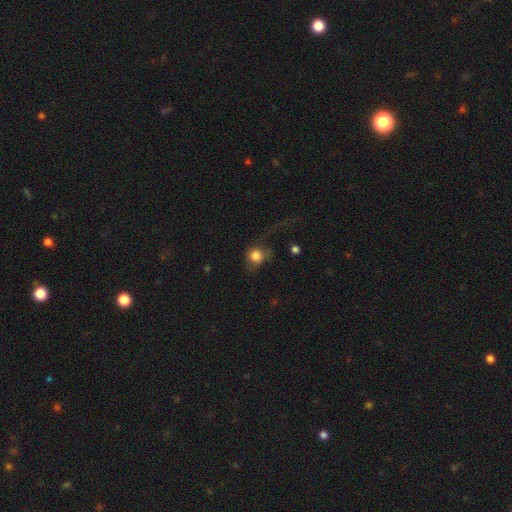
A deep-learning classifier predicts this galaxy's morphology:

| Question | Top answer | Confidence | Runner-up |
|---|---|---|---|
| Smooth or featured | smooth | 76% | featured or disk (14%) |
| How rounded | round | 77% | in between (21%) |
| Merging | major disturbance | 45% | none (32%) |